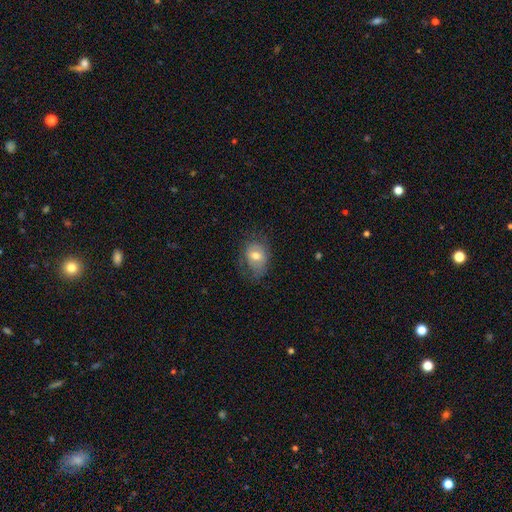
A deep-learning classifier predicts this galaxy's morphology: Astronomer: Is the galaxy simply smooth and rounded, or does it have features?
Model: smooth — 61%.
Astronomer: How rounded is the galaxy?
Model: in between — 69%.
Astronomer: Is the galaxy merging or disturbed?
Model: none — 54%.